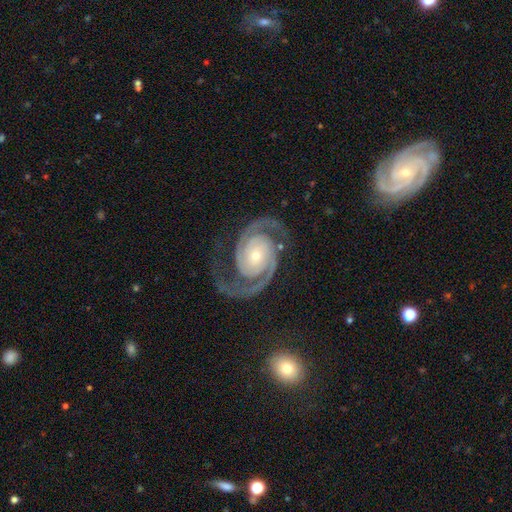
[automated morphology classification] A featured or disk galaxy (94%) with no bar (71%), 2 (94%) tight (49%) spiral arms (99%) and a small central bulge (64%).

Vote fractions:
- Smooth or featured? featured or disk: 94% / star or artifact: 4% / smooth: 2%
- Edge-on disk? no: 98% / yes: 2%
- Bar? no: 71% / weak: 18% / strong: 11%
- Spiral arms? yes: 99% / no: 1%
- Spiral winding? tight: 49% / medium: 43% / loose: 8%
- Spiral arm count? 2: 94% / 3: 1% / can't tell: 1% / 1: 1% / 4: 1% / more than 4: 1%
- Bulge size? small: 64% / moderate: 31% / large: 2% / none: 1% / dominant: 1%
- Merging? none: 80% / minor disturbance: 12% / major disturbance: 7% / merger: 1%